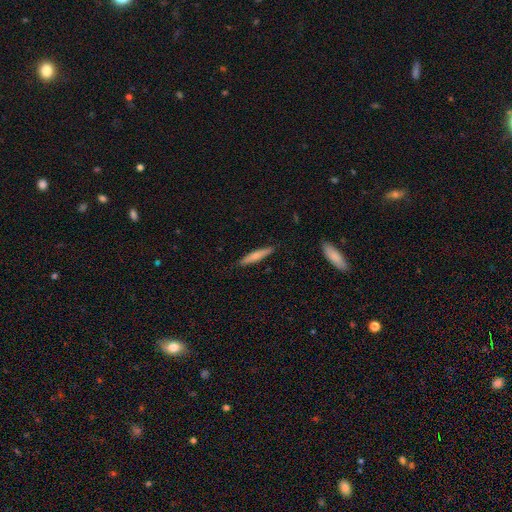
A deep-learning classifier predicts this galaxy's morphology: Smooth or featured?
  - smooth: 67% *
  - featured or disk: 28%
  - star or artifact: 6%
How rounded?
  - cigar-shaped: 90% *
  - in between: 8%
  - round: 2%
Merging?
  - none: 88% *
  - minor disturbance: 9%
  - major disturbance: 2%
  - merger: 1%